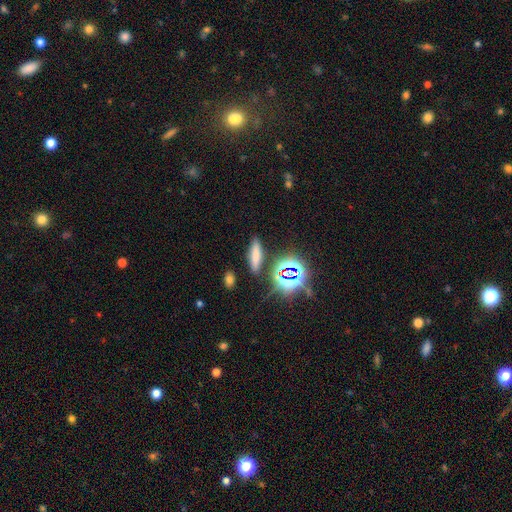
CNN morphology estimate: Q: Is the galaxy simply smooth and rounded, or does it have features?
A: smooth — 66%.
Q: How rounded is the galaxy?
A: cigar-shaped — 64%.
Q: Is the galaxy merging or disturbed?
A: none — 85%.